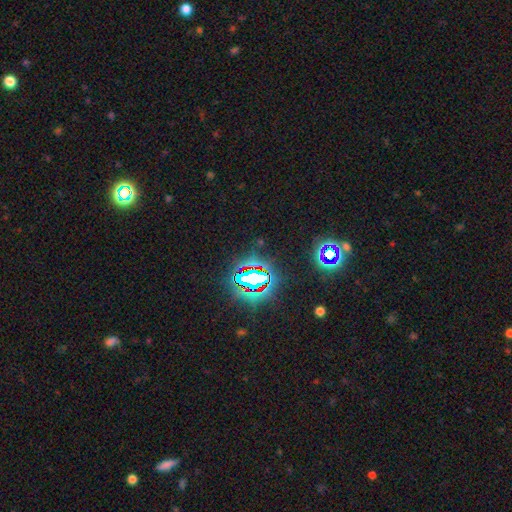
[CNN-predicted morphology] type=star or artifact (81%).